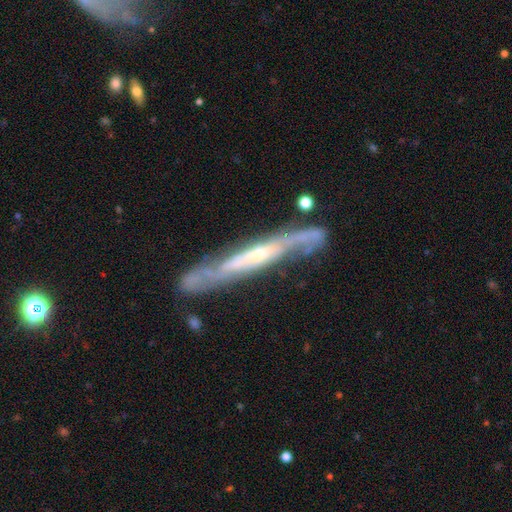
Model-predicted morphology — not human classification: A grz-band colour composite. It shows a featured or disk galaxy (81%) viewed edge-on (63%) with no central bulge (52%). Merging: none (70%).